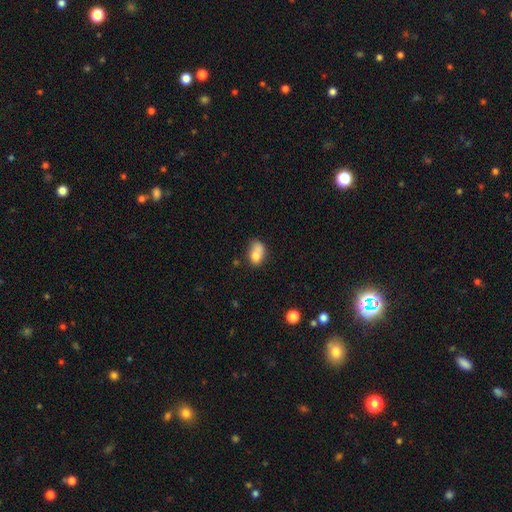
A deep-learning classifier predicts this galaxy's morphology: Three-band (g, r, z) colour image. It shows a smooth galaxy with no disk features (73%) that is in between round and cigar-shaped (76%). Merging: none (34%).